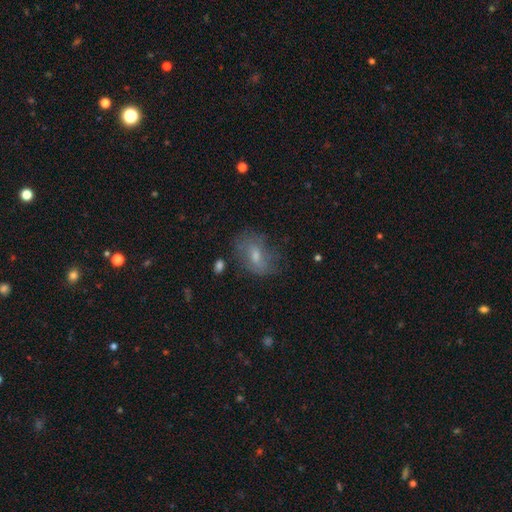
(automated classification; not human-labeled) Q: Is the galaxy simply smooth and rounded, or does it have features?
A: smooth — 53%.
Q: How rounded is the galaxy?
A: in between — 78%.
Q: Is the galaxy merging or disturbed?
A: none — 56%.